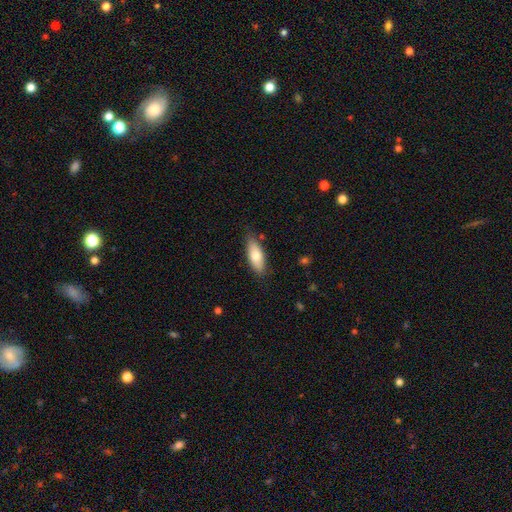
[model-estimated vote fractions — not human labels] smooth-or-featured: smooth: 76% | featured or disk: 18% | star or artifact: 6%
  how-rounded: in between: 72% | cigar-shaped: 26% | round: 2%
  merging: none: 80% | minor disturbance: 15% | major disturbance: 3% | merger: 2%